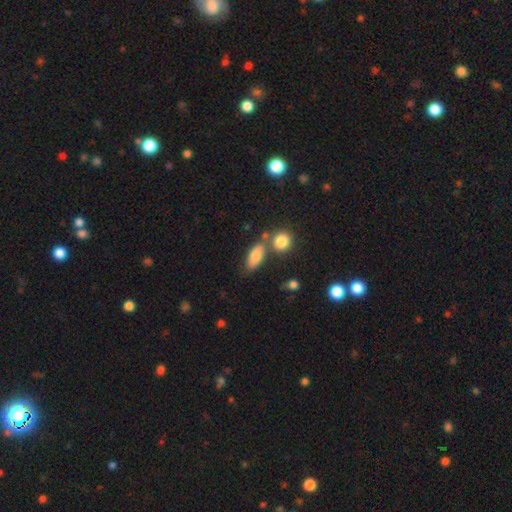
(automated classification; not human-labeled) A smooth galaxy with no disk features (80%) that is in between round and cigar-shaped (79%).

Vote fractions:
- Smooth or featured? smooth: 80% / featured or disk: 11% / star or artifact: 8%
- How rounded? in between: 79% / cigar-shaped: 14% / round: 7%
- Merging? none: 62% / merger: 20% / minor disturbance: 14% / major disturbance: 4%